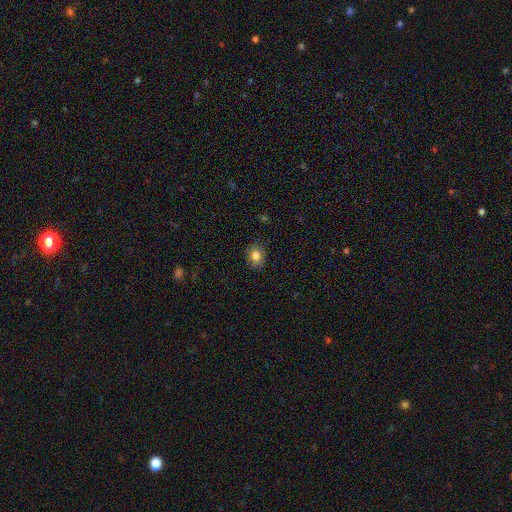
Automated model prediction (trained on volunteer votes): Q: Smooth or featured?
A: smooth (81%); runner-up: star or artifact (10%)
Q: How rounded?
A: round (50%); runner-up: in between (49%)
Q: Merging?
A: none (84%); runner-up: minor disturbance (12%)